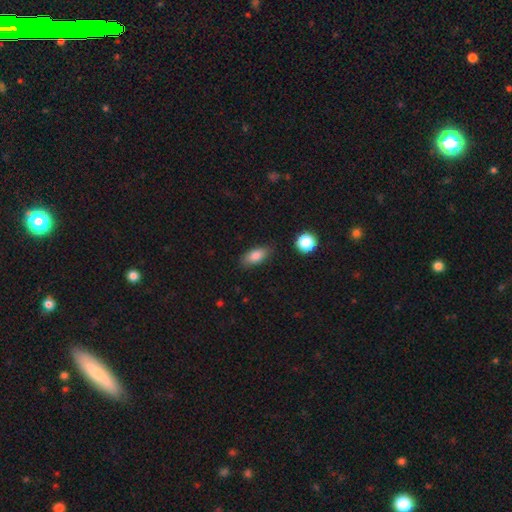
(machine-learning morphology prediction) This appears to be a smooth galaxy with no disk features (83%) that is in between round and cigar-shaped (85%). Merging: none (80%).